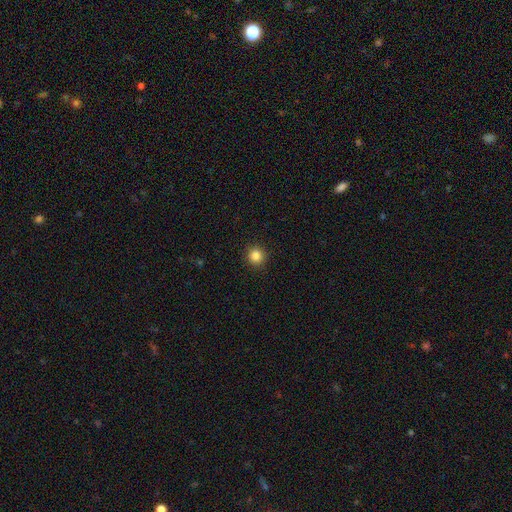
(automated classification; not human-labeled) Smooth or featured? smooth (84%)
How rounded? round (94%)
Merging? none (93%)